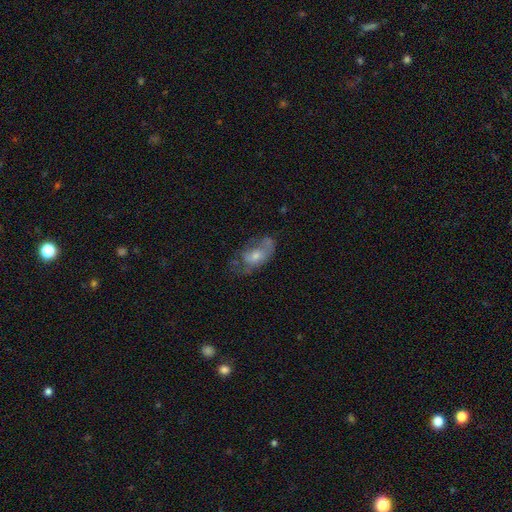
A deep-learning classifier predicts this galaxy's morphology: The model was most divided on "merging": none: 42%, major disturbance: 27%, minor disturbance: 27%, merger: 4%. More confident: edge-on disk — no (92%); smooth or featured — featured or disk (53%).